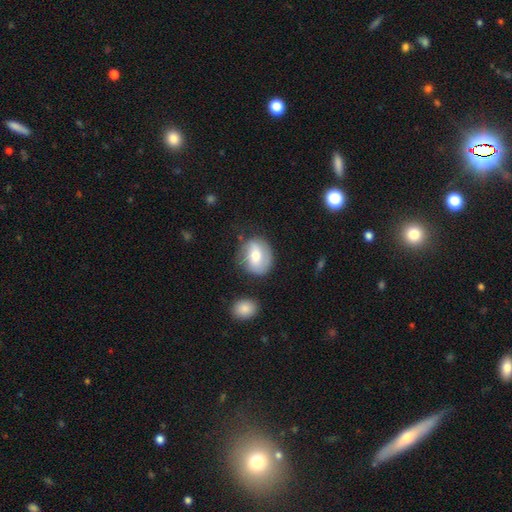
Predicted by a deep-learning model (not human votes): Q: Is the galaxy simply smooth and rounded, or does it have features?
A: smooth — 58%.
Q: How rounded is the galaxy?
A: round — 70%.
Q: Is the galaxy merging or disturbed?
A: none — 72%.